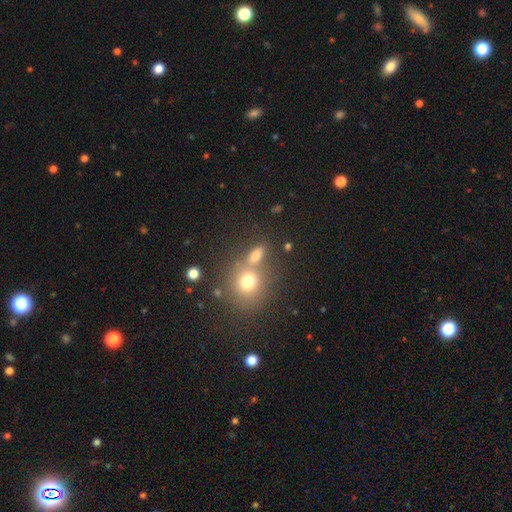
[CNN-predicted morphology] smooth_or_featured: smooth (p=0.73) [alt: star or artifact p=0.16]
how_rounded: in between (p=0.58) [alt: round p=0.35]
merging: none (p=0.54) [alt: merger p=0.31]